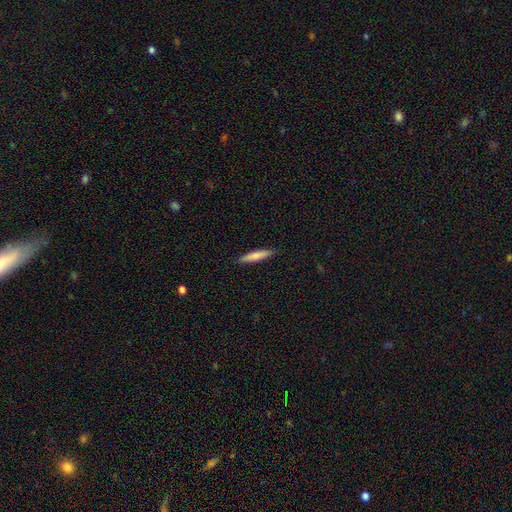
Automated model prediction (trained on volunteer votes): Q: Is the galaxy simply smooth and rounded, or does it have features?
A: smooth — 75%.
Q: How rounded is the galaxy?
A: cigar-shaped — 90%.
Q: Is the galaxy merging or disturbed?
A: none — 90%.